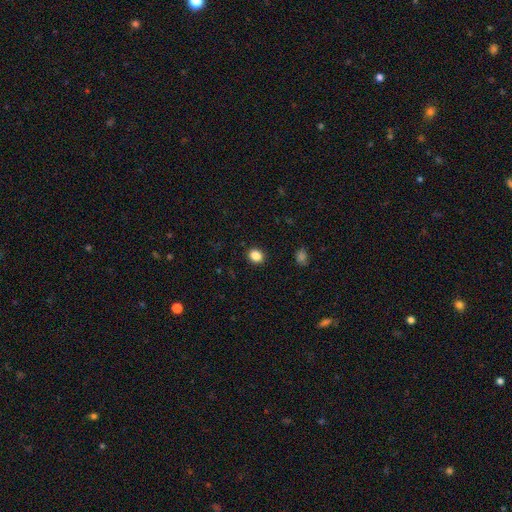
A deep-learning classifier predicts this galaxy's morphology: Overall: smooth (86%). How rounded: round (61%; in between 38%). Merging: none (91%).